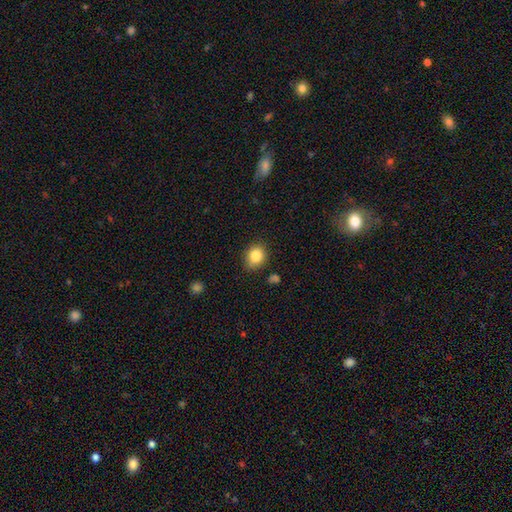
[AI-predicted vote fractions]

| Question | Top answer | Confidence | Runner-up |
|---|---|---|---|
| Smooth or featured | smooth | 84% | star or artifact (10%) |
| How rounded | round | 65% | in between (34%) |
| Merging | none | 83% | minor disturbance (12%) |